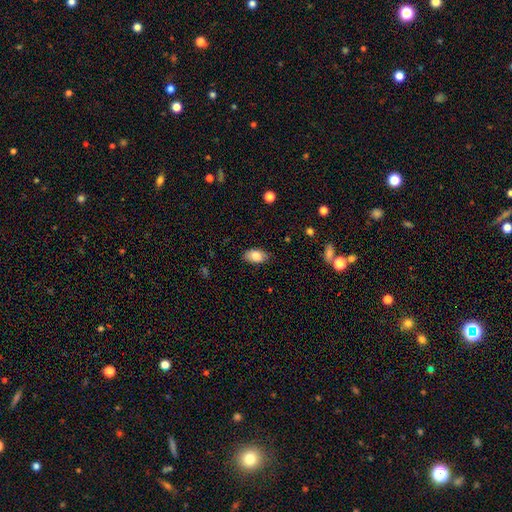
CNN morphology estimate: A smooth galaxy with no disk features (85%) that is in between round and cigar-shaped (92%).

Vote fractions:
- Smooth or featured? smooth: 85% / featured or disk: 8% / star or artifact: 7%
- How rounded? in between: 92% / round: 6% / cigar-shaped: 2%
- Merging? none: 82% / minor disturbance: 14% / major disturbance: 3% / merger: 1%